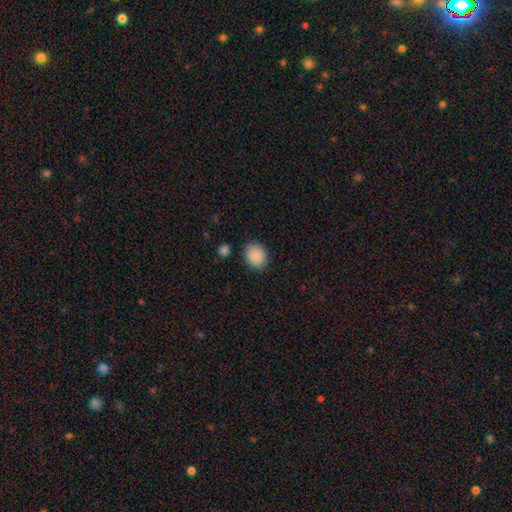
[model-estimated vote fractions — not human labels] This appears to be a smooth galaxy with no disk features (88%) that is round (56%). Merging: none (85%).